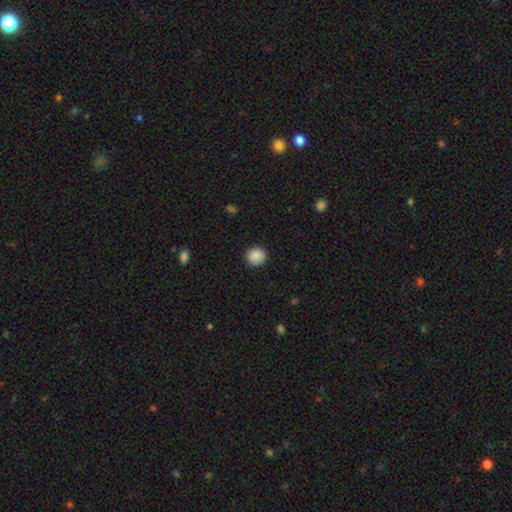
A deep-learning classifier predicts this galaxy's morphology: A smooth galaxy with no disk features (88%) that is round (89%).

Vote fractions:
- Smooth or featured? smooth: 88% / star or artifact: 8% / featured or disk: 4%
- How rounded? round: 89% / in between: 11% / cigar-shaped: 1%
- Merging? none: 89% / minor disturbance: 7% / major disturbance: 2% / merger: 1%